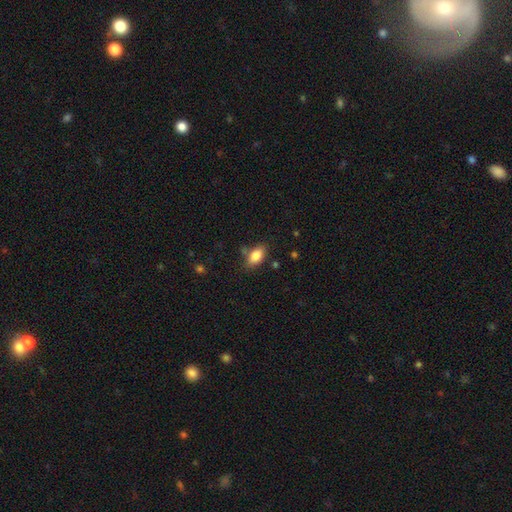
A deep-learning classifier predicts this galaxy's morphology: A smooth galaxy with no disk features (83%) that is in between round and cigar-shaped (89%). Merging: none (74%).